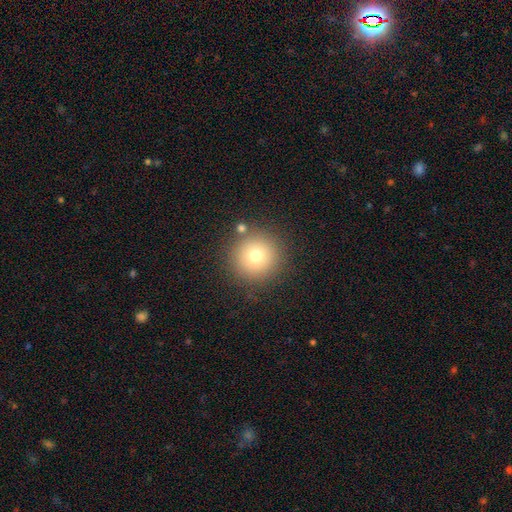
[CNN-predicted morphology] Smooth or featured?
  - smooth: 73% *
  - star or artifact: 15%
  - featured or disk: 12%
How rounded?
  - round: 95% *
  - in between: 4%
  - cigar-shaped: 1%
Merging?
  - none: 85% *
  - minor disturbance: 7%
  - merger: 5%
  - major disturbance: 3%